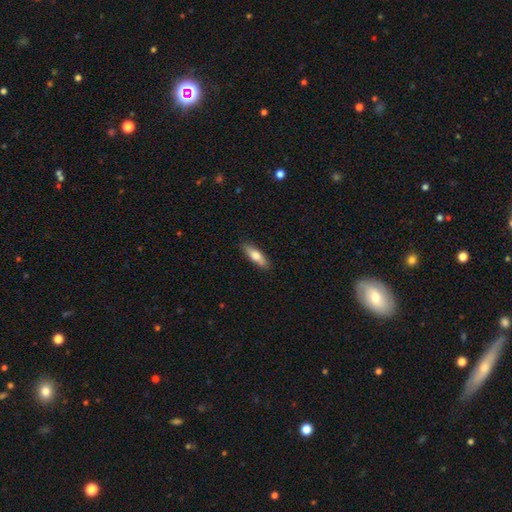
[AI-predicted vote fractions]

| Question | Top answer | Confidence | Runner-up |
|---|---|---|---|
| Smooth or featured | smooth | 69% | featured or disk (25%) |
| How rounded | cigar-shaped | 56% | in between (42%) |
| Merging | none | 88% | minor disturbance (9%) |